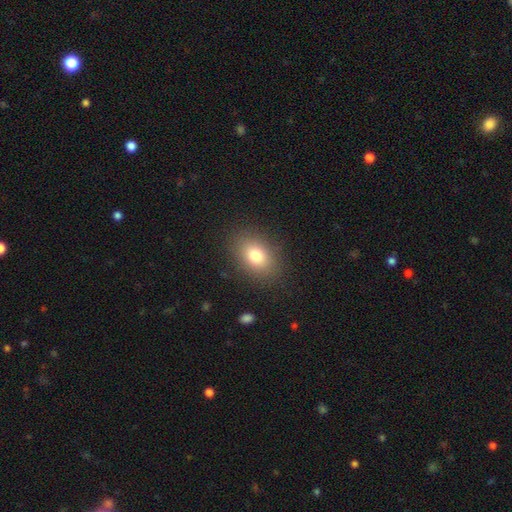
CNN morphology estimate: This is likely a smooth galaxy (78%). How rounded: likely in between (75%). Merging: clearly none (86%).